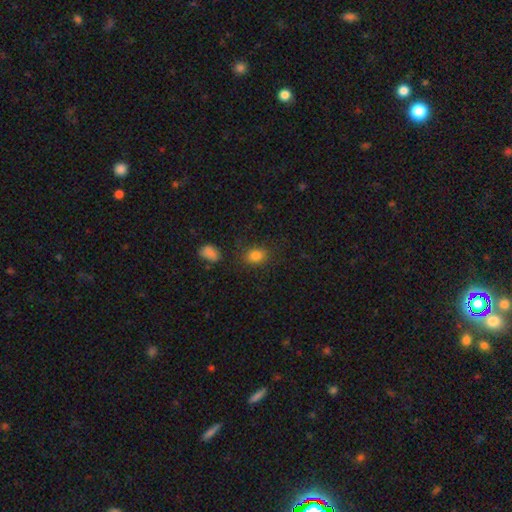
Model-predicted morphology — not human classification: Q: Smooth or featured?
A: smooth (83%); runner-up: star or artifact (11%)
Q: How rounded?
A: in between (63%); runner-up: round (35%)
Q: Merging?
A: none (80%); runner-up: minor disturbance (13%)